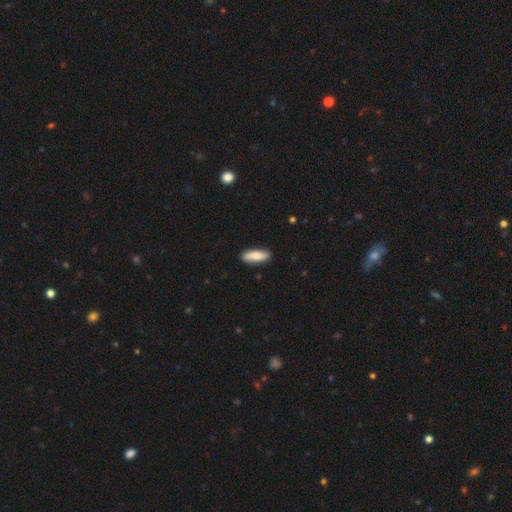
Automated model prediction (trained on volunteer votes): Smooth or featured? Predicted: smooth (p=0.75). How rounded? Predicted: in between (p=0.53). Merging? Predicted: none (p=0.88).